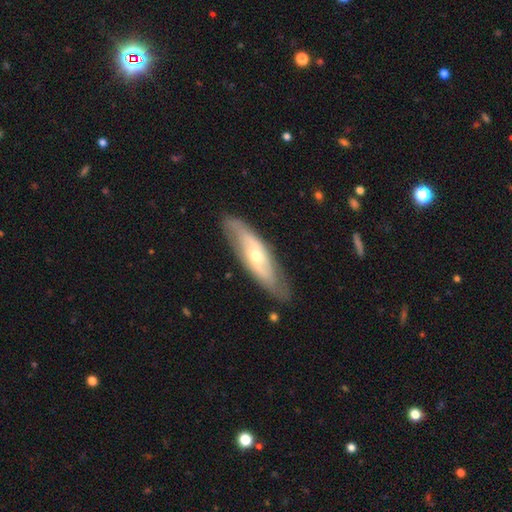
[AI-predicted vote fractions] Smooth or featured? featured or disk (61%)
Edge-on disk? no (68%)
Merging? none (81%)